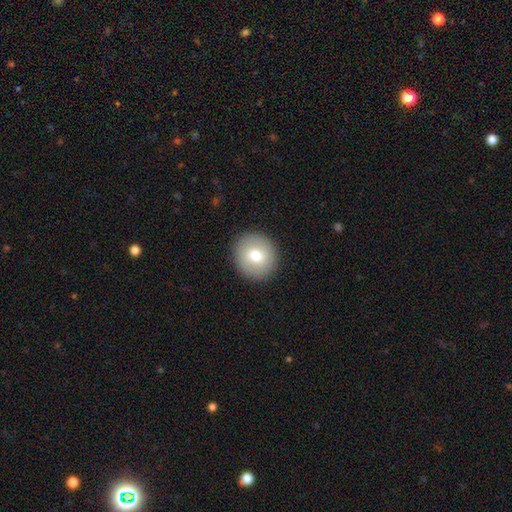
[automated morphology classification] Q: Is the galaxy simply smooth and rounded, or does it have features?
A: smooth — 74%.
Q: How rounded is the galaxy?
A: round — 90%.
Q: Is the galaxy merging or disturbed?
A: none — 91%.